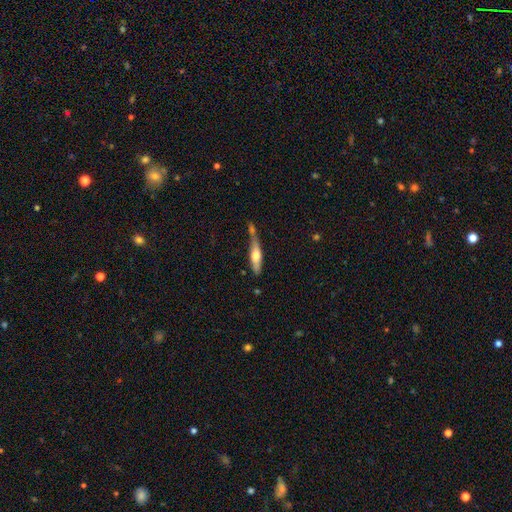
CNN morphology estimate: Smooth or featured? Predicted: smooth (p=0.54). How rounded? Predicted: cigar-shaped (p=0.72). Merging? Predicted: none (p=0.42).